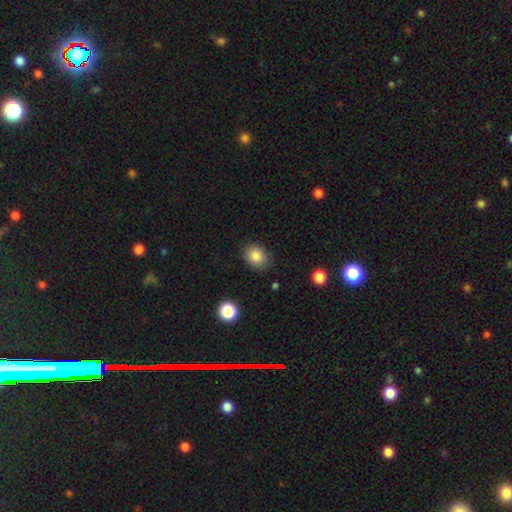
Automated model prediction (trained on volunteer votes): Morphology: type=smooth (85%); roundness=round (50%); merging=none (83%).